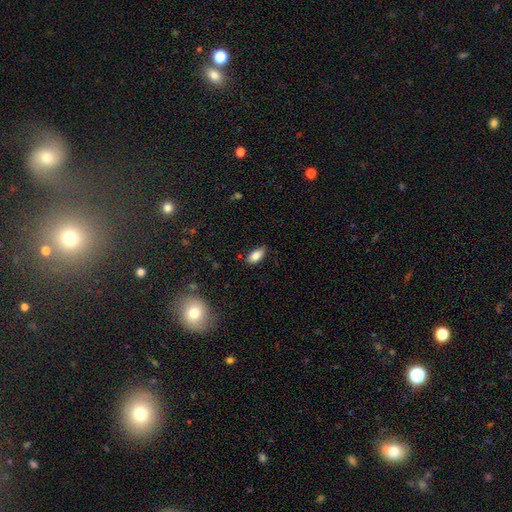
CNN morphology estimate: A smooth galaxy with no disk features (85%) that is in between round and cigar-shaped (90%). Merging: none (80%).